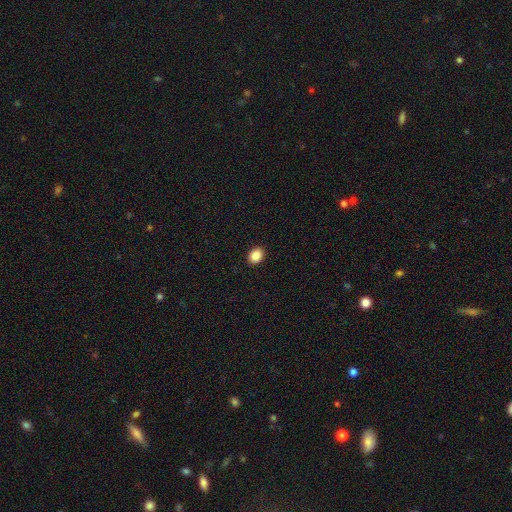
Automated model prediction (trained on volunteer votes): smooth_or_featured: smooth (p=0.88) [alt: star or artifact p=0.09]
how_rounded: in between (p=0.64) [alt: round p=0.35]
merging: none (p=0.92) [alt: minor disturbance p=0.06]